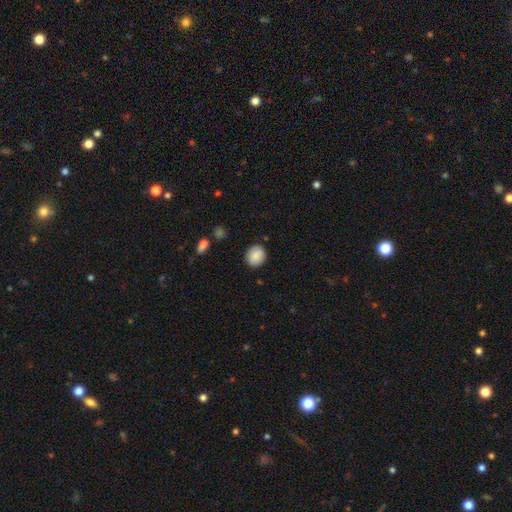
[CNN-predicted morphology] Q: Smooth or featured?
A: smooth (86%); runner-up: star or artifact (8%)
Q: How rounded?
A: round (67%); runner-up: in between (32%)
Q: Merging?
A: none (85%); runner-up: minor disturbance (12%)